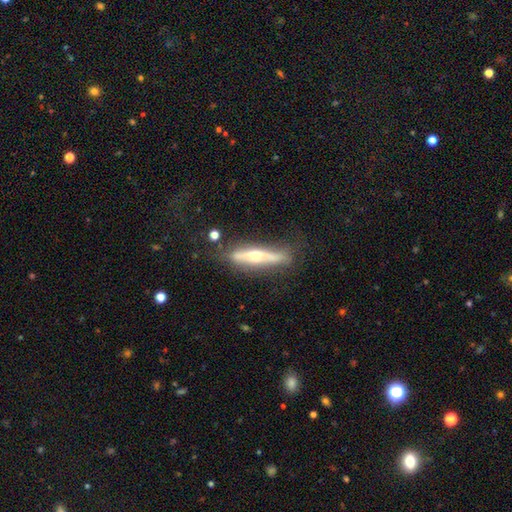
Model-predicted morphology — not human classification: smooth-or-featured: featured or disk: 65% | smooth: 29% | star or artifact: 6%
  disk-edge-on: yes: 87% | no: 13%
    edge-on-bulge: rounded: 88% | none: 8% | boxy: 4%
  merging: none: 73% | minor disturbance: 18% | major disturbance: 7% | merger: 3%